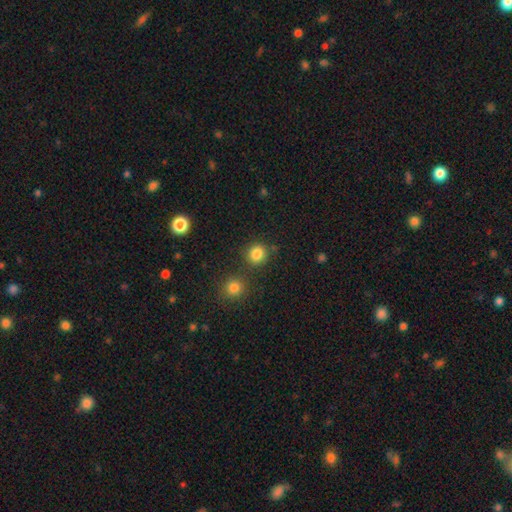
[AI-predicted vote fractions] Smooth or featured: smooth — 84% (star or artifact — 12%)
How rounded: round — 90% (in between — 9%)
Merging: none — 80% (merger — 9%)